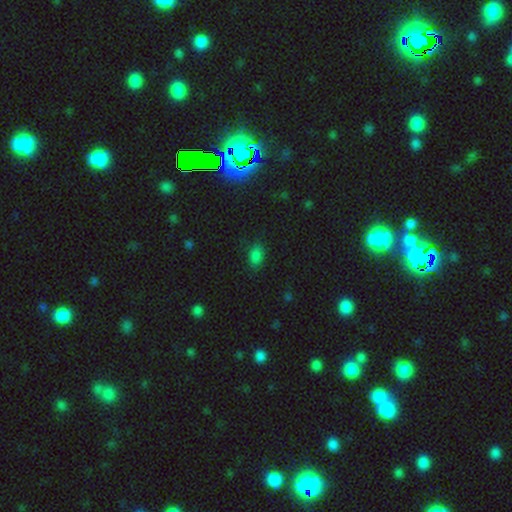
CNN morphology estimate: Overall: smooth (81%). How rounded: in between (88%). Merging: none (81%).